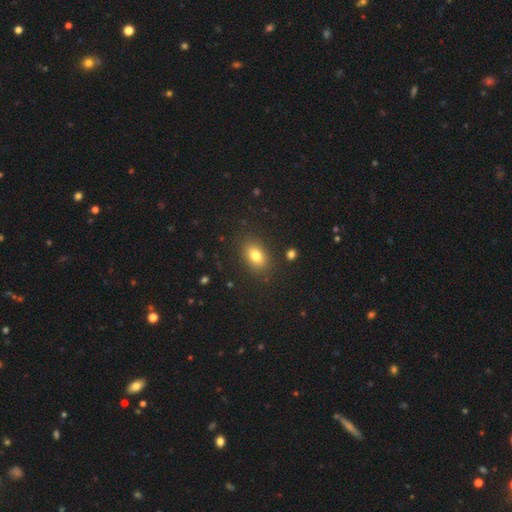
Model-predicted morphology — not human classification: The model was most divided on "how rounded": in between: 80%, round: 18%, cigar-shaped: 2%. More confident: merging — none (86%); smooth or featured — smooth (80%).